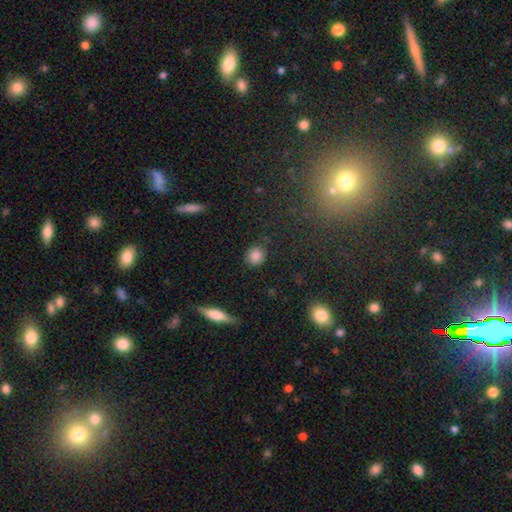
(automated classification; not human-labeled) smooth_or_featured: smooth (p=0.84) [alt: star or artifact p=0.10]
how_rounded: round (p=0.78) [alt: in between p=0.21]
merging: none (p=0.81) [alt: minor disturbance p=0.14]